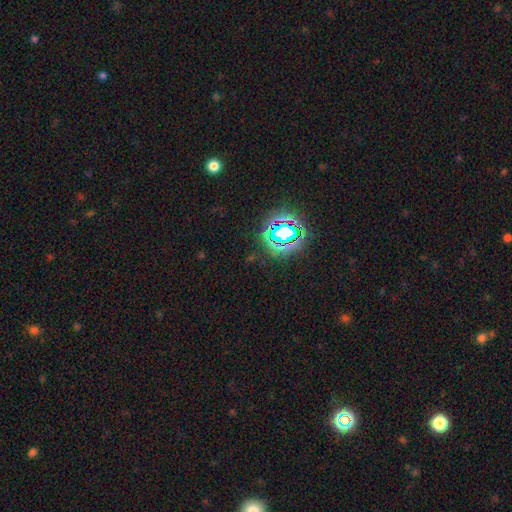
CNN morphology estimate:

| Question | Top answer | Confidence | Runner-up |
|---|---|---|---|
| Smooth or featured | star or artifact | 76% | smooth (16%) |